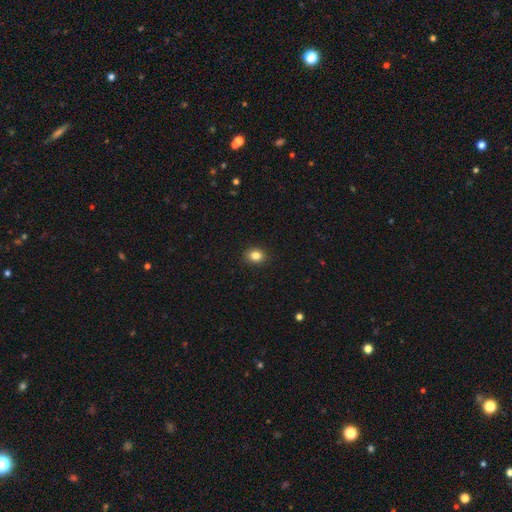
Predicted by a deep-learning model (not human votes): smooth_or_featured: smooth (p=0.84) [alt: star or artifact p=0.11]
how_rounded: round (p=0.59) [alt: in between p=0.40]
merging: none (p=0.91) [alt: minor disturbance p=0.07]